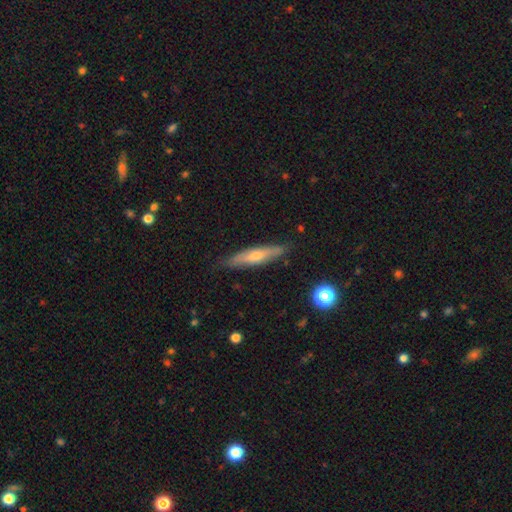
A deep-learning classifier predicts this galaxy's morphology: smooth 47%, featured or disk 46%, star or artifact 7%. Down the decision tree: merging — none (85%).